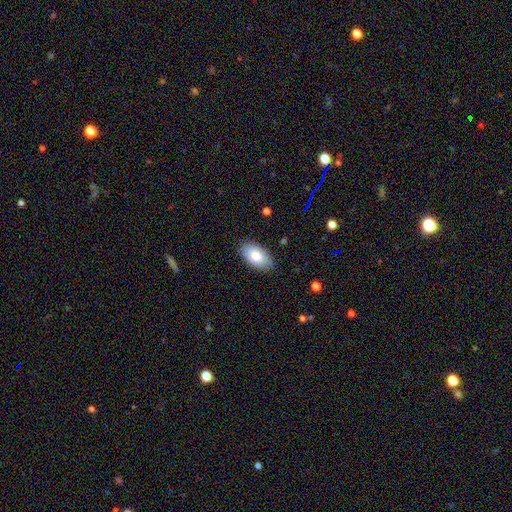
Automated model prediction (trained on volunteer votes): smooth 79%, featured or disk 15%, star or artifact 6%. Down the decision tree: how rounded — in between (95%); merging — none (86%).